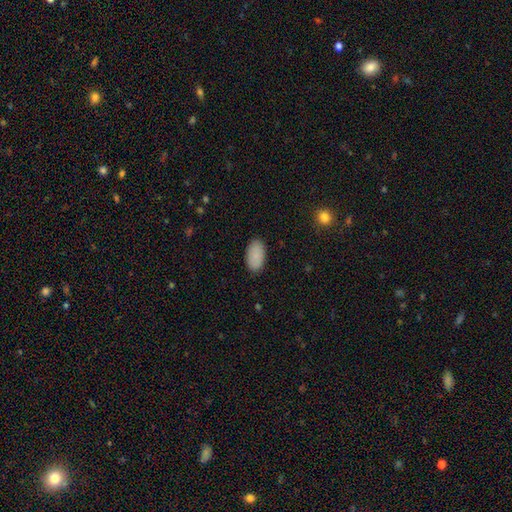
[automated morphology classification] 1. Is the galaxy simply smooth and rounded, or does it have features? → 89% smooth, 7% star or artifact, 5% featured or disk.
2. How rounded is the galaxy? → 95% in between, 3% round, 2% cigar-shaped.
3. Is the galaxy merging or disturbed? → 88% none, 9% minor disturbance, 2% major disturbance, 1% merger.